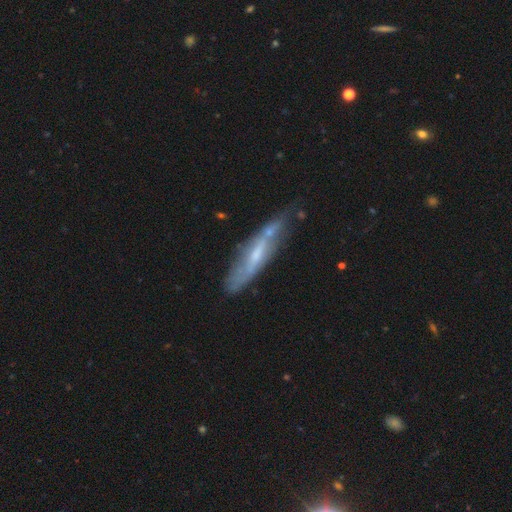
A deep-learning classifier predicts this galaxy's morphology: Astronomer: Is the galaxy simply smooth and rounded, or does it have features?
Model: featured or disk — 65%.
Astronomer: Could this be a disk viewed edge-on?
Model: yes — 57% (runner-up: no, 43%).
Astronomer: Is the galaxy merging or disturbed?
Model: none — 70%.